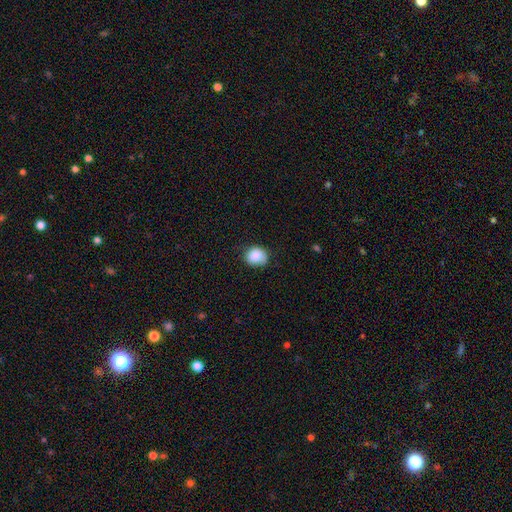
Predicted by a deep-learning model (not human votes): Morphology: type=smooth (83%); roundness=round (71%); merging=none (66%).